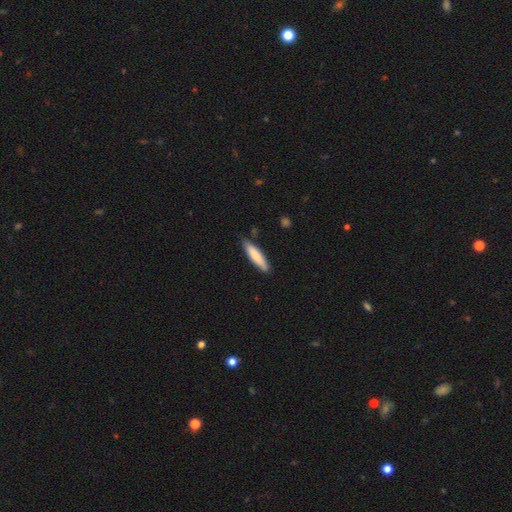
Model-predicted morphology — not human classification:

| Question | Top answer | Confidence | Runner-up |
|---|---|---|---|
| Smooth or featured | smooth | 81% | featured or disk (14%) |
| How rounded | cigar-shaped | 78% | in between (20%) |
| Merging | none | 83% | minor disturbance (13%) |